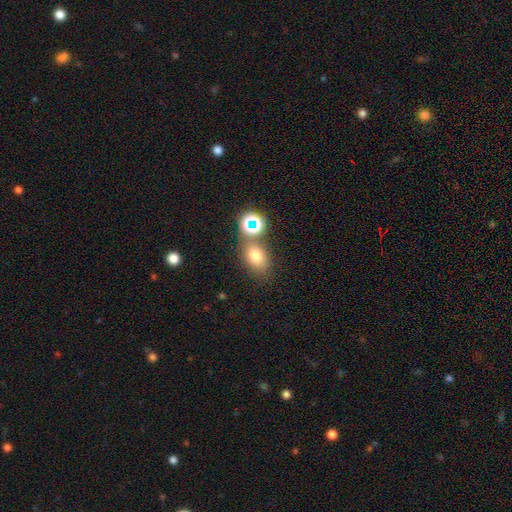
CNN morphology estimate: Smooth or featured? smooth (72%)
How rounded? in between (66%)
Merging? none (66%)